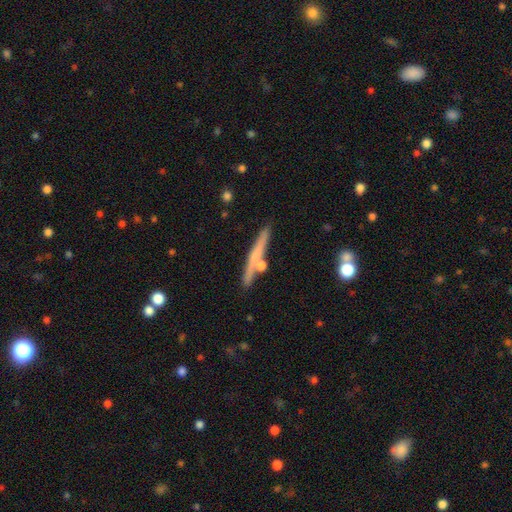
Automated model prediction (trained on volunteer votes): Smooth or featured: featured or disk — 49% (smooth — 44%)
Merging: none — 78% (minor disturbance — 11%)